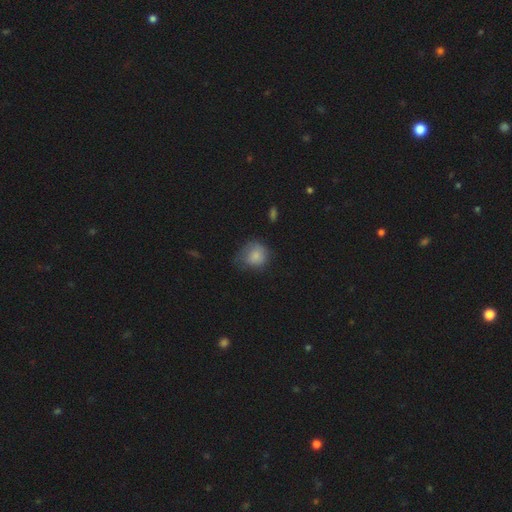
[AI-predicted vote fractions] Q: Smooth or featured?
A: smooth (81%); runner-up: featured or disk (10%)
Q: How rounded?
A: round (73%); runner-up: in between (26%)
Q: Merging?
A: none (47%); runner-up: minor disturbance (35%)